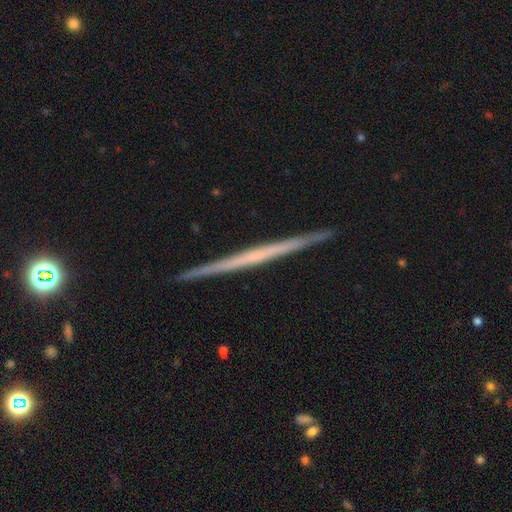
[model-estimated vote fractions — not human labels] A featured or disk galaxy (70%) viewed edge-on (98%) with no central bulge (86%).

Vote fractions:
- Smooth or featured? featured or disk: 70% / smooth: 24% / star or artifact: 6%
- Edge-on disk? yes: 98% / no: 2%
- Edge-on bulge? none: 86% / rounded: 10% / boxy: 4%
- Merging? none: 92% / minor disturbance: 6% / major disturbance: 1% / merger: 1%